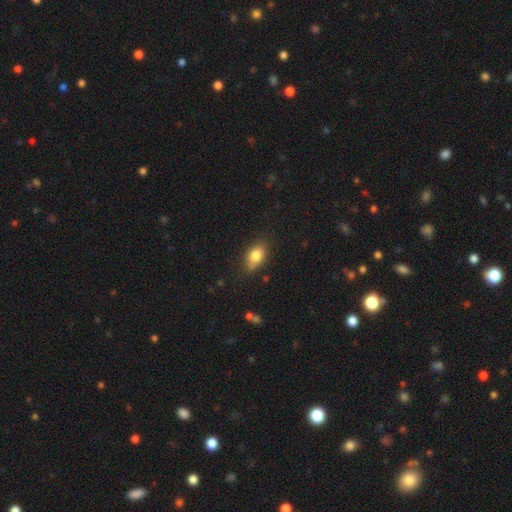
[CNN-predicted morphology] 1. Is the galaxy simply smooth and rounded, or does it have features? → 81% smooth, 11% featured or disk, 8% star or artifact.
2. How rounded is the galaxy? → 84% in between, 11% round, 5% cigar-shaped.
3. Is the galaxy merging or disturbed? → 76% none, 19% minor disturbance, 4% major disturbance, 2% merger.